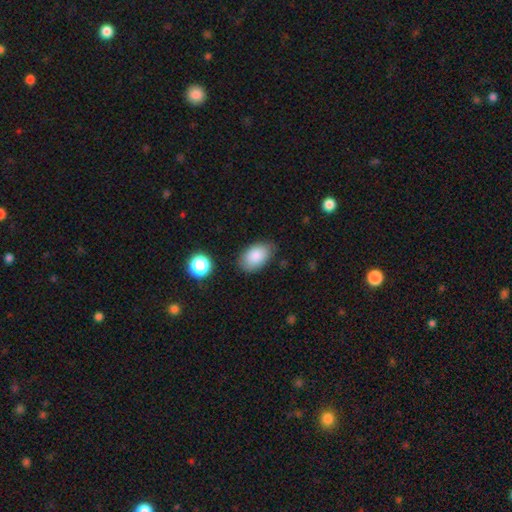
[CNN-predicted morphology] Smooth or featured? Predicted: smooth (p=0.86). How rounded? Predicted: in between (p=0.91). Merging? Predicted: none (p=0.79).